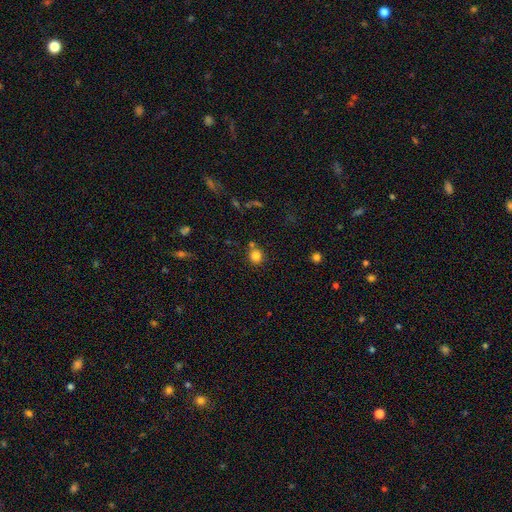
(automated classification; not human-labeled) smooth_or_featured: smooth (p=0.82) [alt: star or artifact p=0.12]
how_rounded: round (p=0.84) [alt: in between p=0.15]
merging: none (p=0.72) [alt: merger p=0.14]